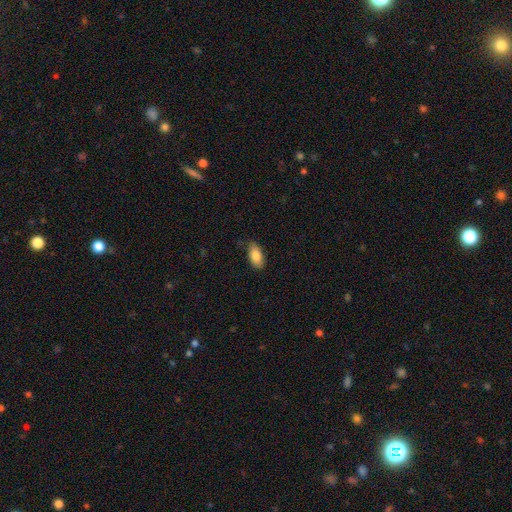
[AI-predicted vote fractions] Smooth or featured?
  - smooth: 85% *
  - featured or disk: 9%
  - star or artifact: 7%
How rounded?
  - in between: 91% *
  - cigar-shaped: 6%
  - round: 3%
Merging?
  - none: 80% *
  - minor disturbance: 16%
  - major disturbance: 3%
  - merger: 1%